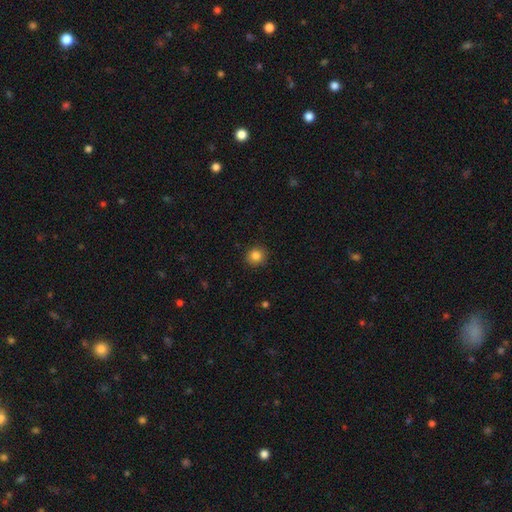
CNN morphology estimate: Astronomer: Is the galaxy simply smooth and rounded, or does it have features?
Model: smooth — 84%.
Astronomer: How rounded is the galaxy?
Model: round — 89%.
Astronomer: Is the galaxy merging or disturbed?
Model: none — 90%.